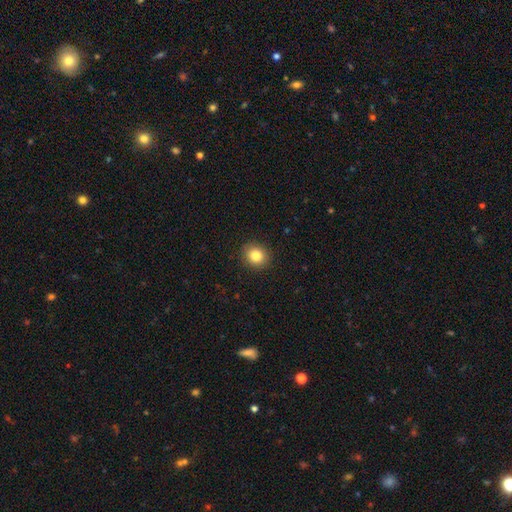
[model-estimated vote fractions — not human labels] Smooth or featured? Predicted: smooth (p=0.84). How rounded? Predicted: round (p=0.78). Merging? Predicted: none (p=0.91).